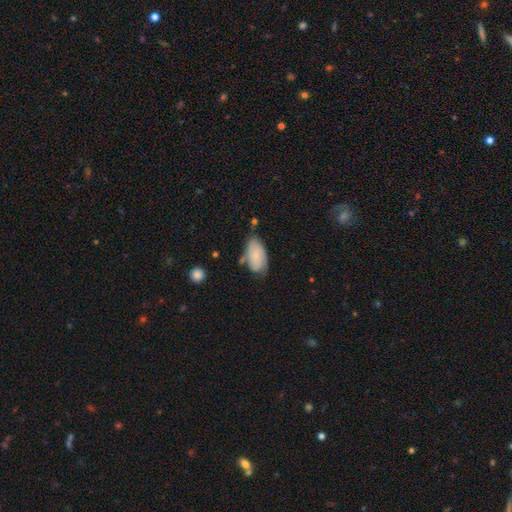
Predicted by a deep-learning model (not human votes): Smooth or featured?
  - smooth: 70% *
  - featured or disk: 24%
  - star or artifact: 7%
How rounded?
  - in between: 94% *
  - round: 4%
  - cigar-shaped: 3%
Merging?
  - none: 55% *
  - minor disturbance: 30%
  - major disturbance: 8%
  - merger: 7%